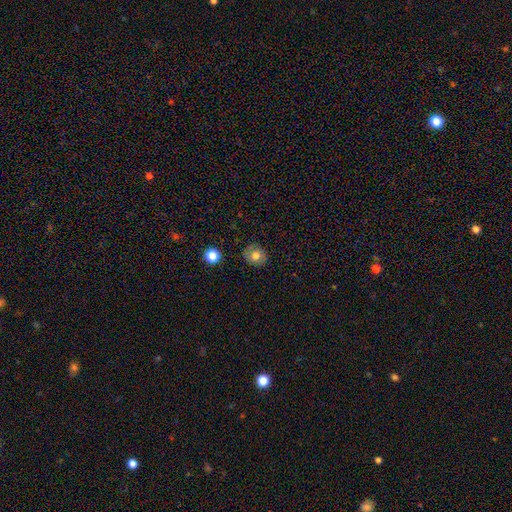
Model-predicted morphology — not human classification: The model was most divided on "how rounded": round: 75%, in between: 24%, cigar-shaped: 1%. More confident: merging — none (84%); smooth or featured — smooth (75%).